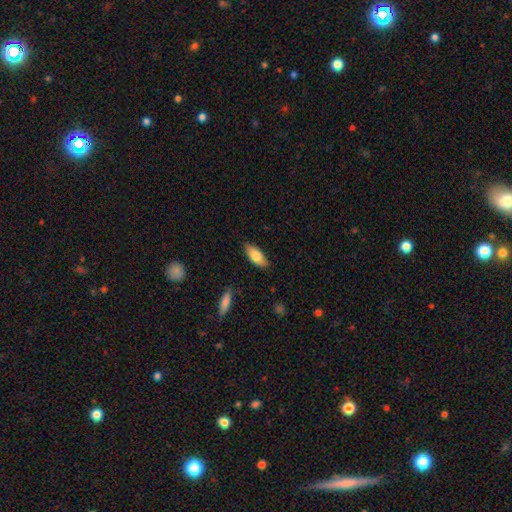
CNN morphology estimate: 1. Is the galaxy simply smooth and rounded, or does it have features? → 80% smooth, 14% featured or disk, 6% star or artifact.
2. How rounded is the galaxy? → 83% in between, 15% cigar-shaped, 2% round.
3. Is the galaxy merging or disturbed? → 84% none, 12% minor disturbance, 2% major disturbance, 1% merger.